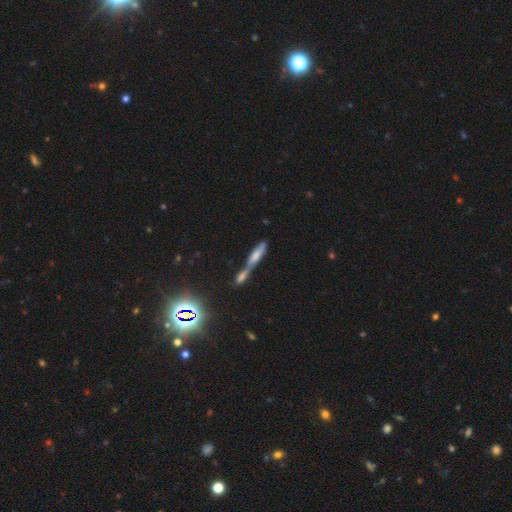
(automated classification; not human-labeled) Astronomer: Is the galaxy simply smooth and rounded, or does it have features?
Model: smooth — 59%.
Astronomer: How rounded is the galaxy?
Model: cigar-shaped — 71%.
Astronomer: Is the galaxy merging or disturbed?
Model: merger — 68%.